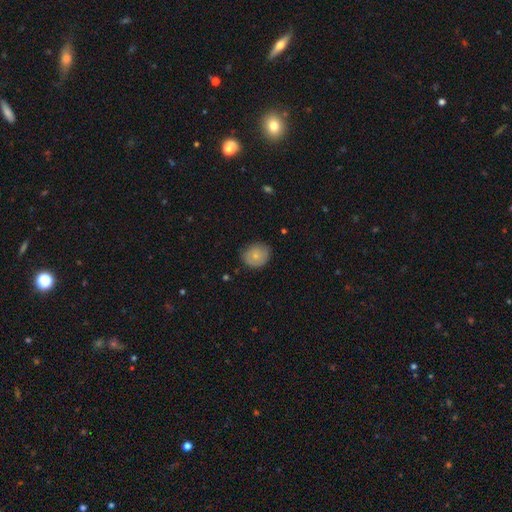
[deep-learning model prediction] Smooth or featured?
  - smooth: 74% *
  - featured or disk: 18%
  - star or artifact: 8%
How rounded?
  - round: 64% *
  - in between: 35%
  - cigar-shaped: 1%
Merging?
  - none: 75% *
  - minor disturbance: 20%
  - major disturbance: 4%
  - merger: 1%